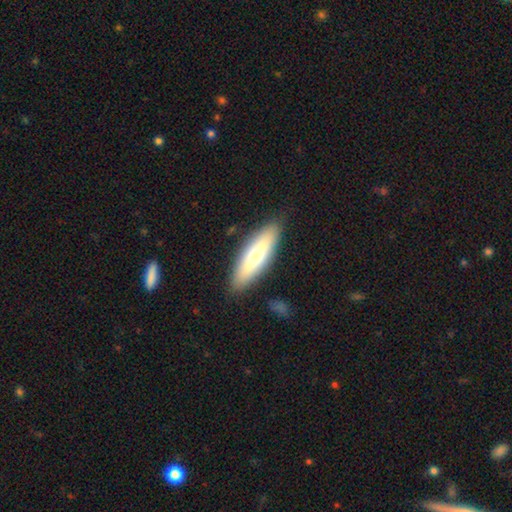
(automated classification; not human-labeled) This appears to be a smooth galaxy with no disk features (64%) that is cigar-shaped (50%). Merging: none (86%).